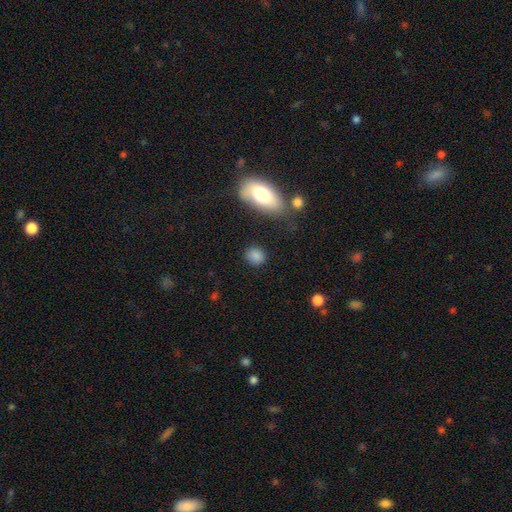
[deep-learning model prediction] smooth_or_featured: smooth (p=0.85) [alt: star or artifact p=0.09]
how_rounded: round (p=0.70) [alt: in between p=0.28]
merging: none (p=0.84) [alt: minor disturbance p=0.09]